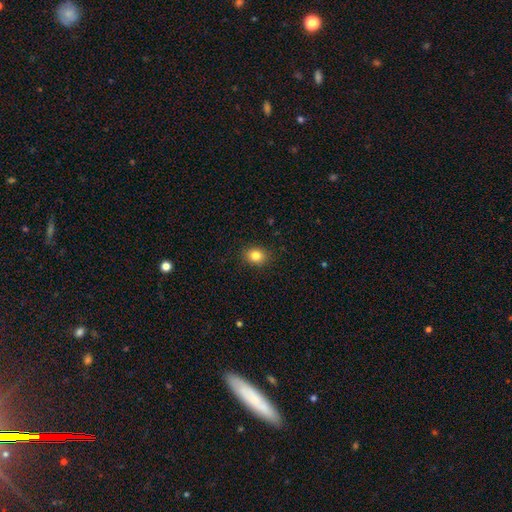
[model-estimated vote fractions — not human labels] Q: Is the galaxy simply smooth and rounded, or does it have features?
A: smooth — 83%.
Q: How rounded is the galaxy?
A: round — 56%.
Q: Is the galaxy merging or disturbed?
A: none — 89%.